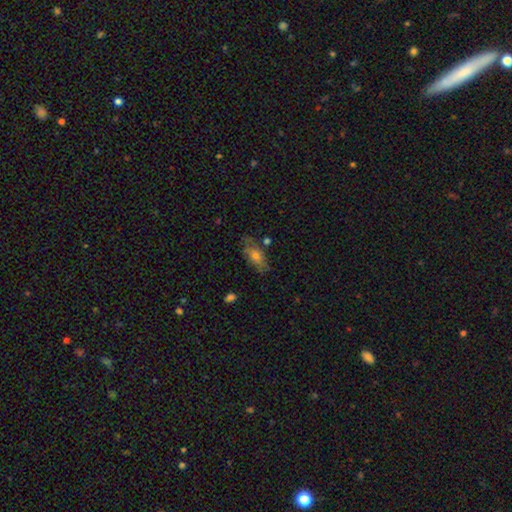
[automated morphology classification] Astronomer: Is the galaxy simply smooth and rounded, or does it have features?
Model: smooth — 59%.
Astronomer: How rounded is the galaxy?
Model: in between — 81%.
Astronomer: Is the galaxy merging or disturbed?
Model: none — 65%.